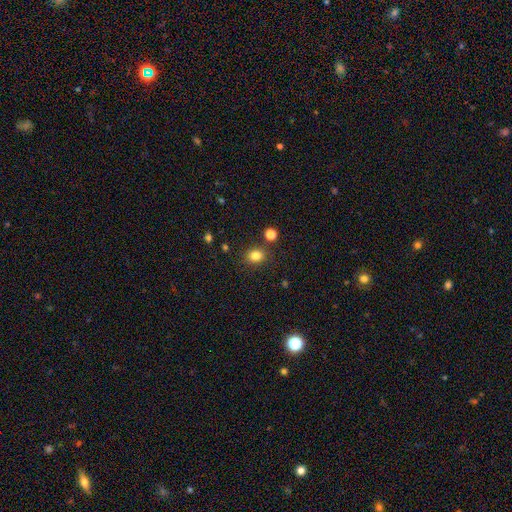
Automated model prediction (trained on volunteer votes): smooth_or_featured: smooth (p=0.82) [alt: star or artifact p=0.13]
how_rounded: round (p=0.54) [alt: in between p=0.45]
merging: none (p=0.82) [alt: minor disturbance p=0.10]